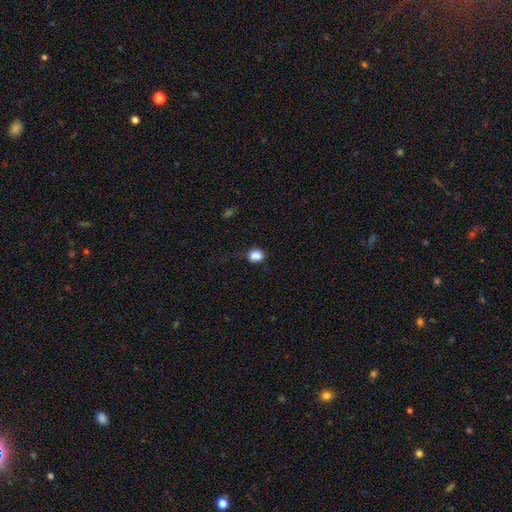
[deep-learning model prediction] The model was most divided on "how rounded": round: 59%, in between: 40%, cigar-shaped: 1%. More confident: smooth or featured — smooth (84%); merging — none (56%).